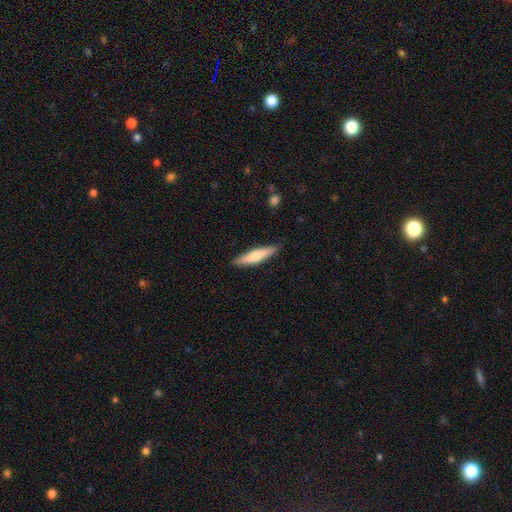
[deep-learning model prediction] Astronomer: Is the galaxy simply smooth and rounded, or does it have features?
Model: smooth — 66%.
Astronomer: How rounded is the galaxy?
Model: cigar-shaped — 81%.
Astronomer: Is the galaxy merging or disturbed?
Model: none — 87%.